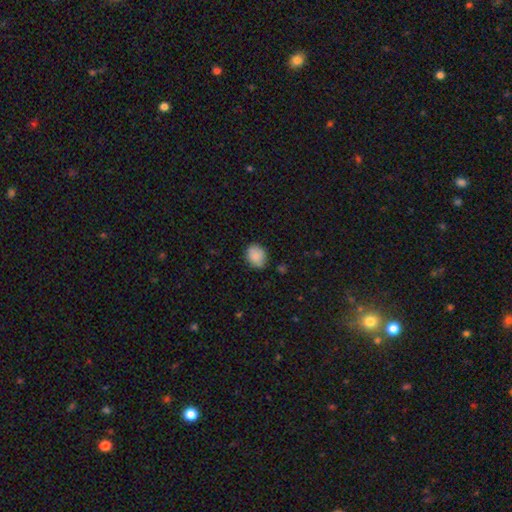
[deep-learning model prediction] Morphology: type=smooth (87%); roundness=in between (51%); merging=none (78%).